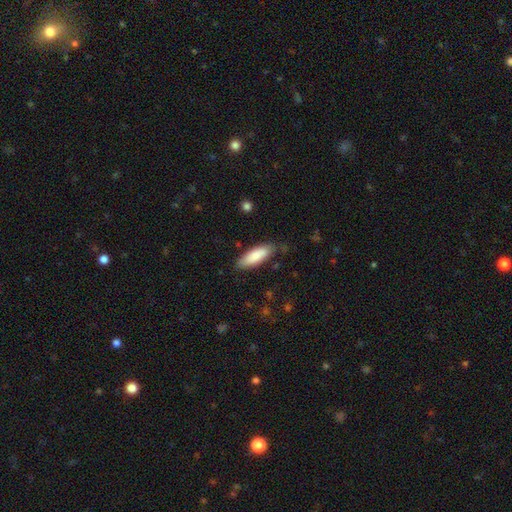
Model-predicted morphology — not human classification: smooth_or_featured: smooth (p=0.83) [alt: featured or disk p=0.11]
how_rounded: in between (p=0.63) [alt: cigar-shaped p=0.36]
merging: none (p=0.78) [alt: minor disturbance p=0.17]